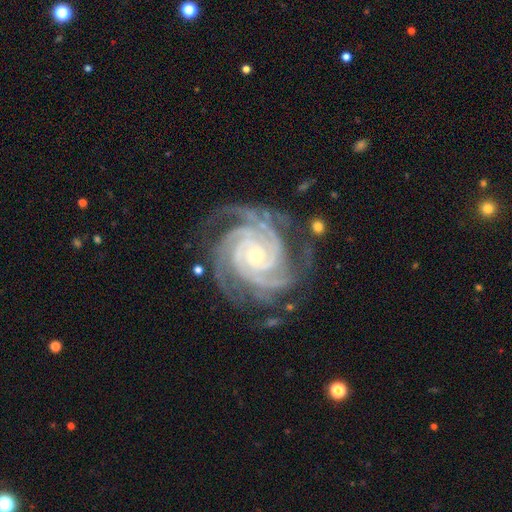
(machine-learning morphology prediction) The model was most divided on "spiral arm count": 4: 39%, 3: 29%, more than 4: 9%, can't tell: 9%, 2: 8%, 1: 6%. More confident: spiral arms — yes (99%); edge-on disk — no (98%); smooth or featured — featured or disk (94%); spiral winding — tight (76%); merging — none (73%); bar — no (69%); bulge size — small (57%).